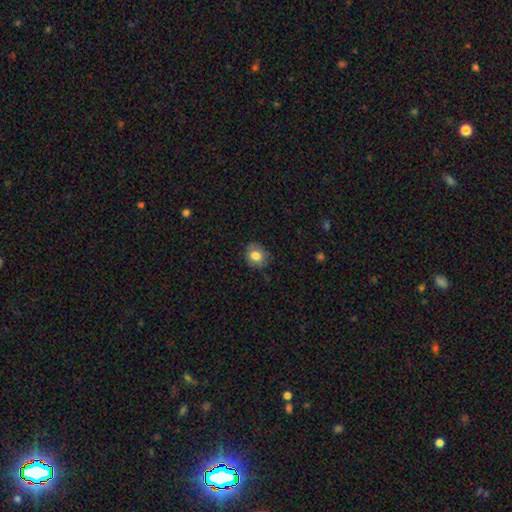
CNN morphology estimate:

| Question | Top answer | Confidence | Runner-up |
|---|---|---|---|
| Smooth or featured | smooth | 81% | featured or disk (10%) |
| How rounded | round | 68% | in between (31%) |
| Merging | none | 82% | minor disturbance (14%) |